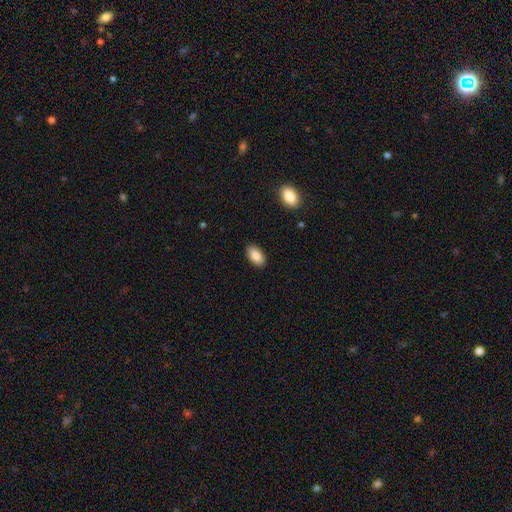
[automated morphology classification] This appears to be a smooth galaxy with no disk features (87%) that is in between round and cigar-shaped (94%). Merging: none (89%).